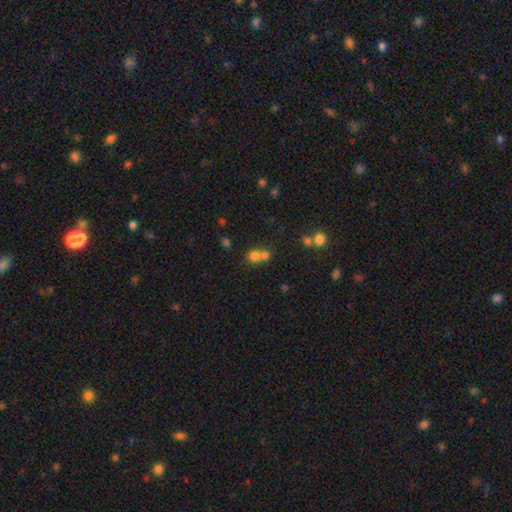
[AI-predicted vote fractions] Overall: smooth (72%). How rounded: round (72%). Merging: merger (58%; none 33%).